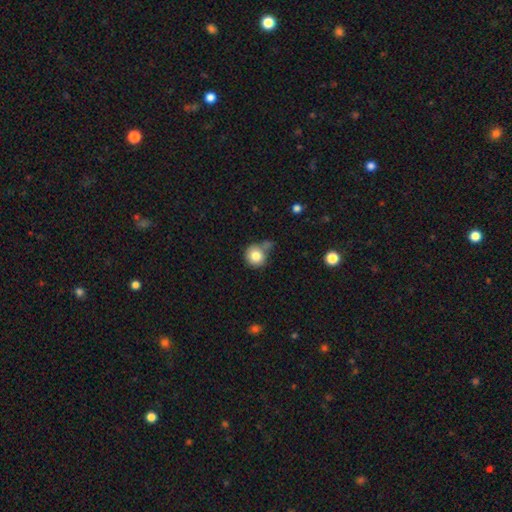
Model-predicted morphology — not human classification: A smooth galaxy with no disk features (81%) that is round (89%).

Vote fractions:
- Smooth or featured? smooth: 81% / star or artifact: 10% / featured or disk: 9%
- How rounded? round: 89% / in between: 10% / cigar-shaped: 1%
- Merging? none: 57% / minor disturbance: 19% / merger: 18% / major disturbance: 6%